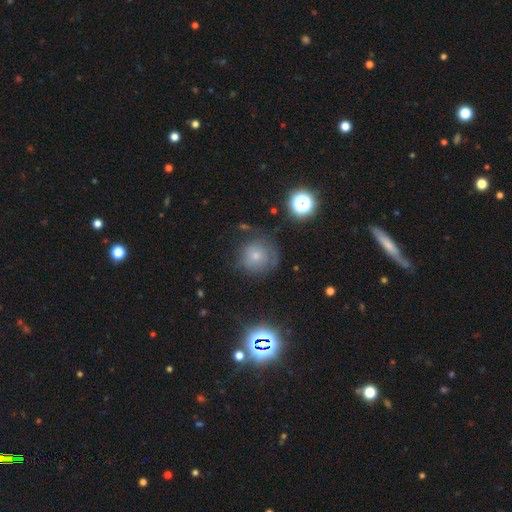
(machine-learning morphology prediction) Overall: smooth (63%). How rounded: round (91%). Merging: none (63%).